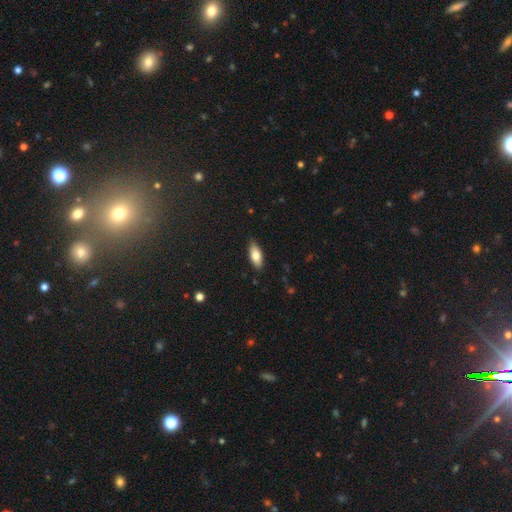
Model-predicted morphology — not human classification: smooth 75%, featured or disk 18%, star or artifact 6%. Down the decision tree: how rounded — in between (80%); merging — none (85%).